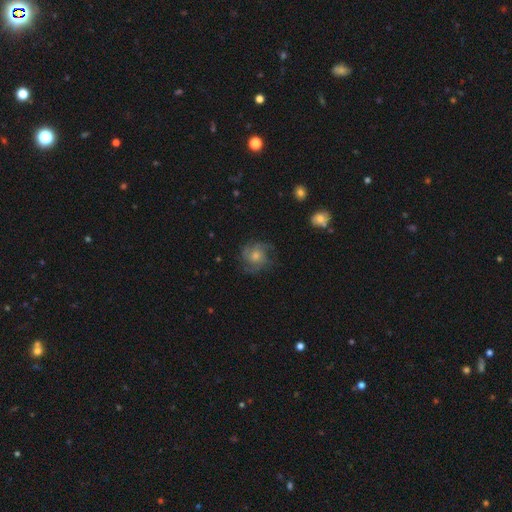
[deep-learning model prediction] A featured or disk galaxy (63%) with no bar (78%), 3 (32%) medium (44%) spiral arms (89%) and a moderate central bulge (52%).

Vote fractions:
- Smooth or featured? featured or disk: 63% / smooth: 27% / star or artifact: 10%
- Edge-on disk? no: 97% / yes: 3%
- Bar? no: 78% / weak: 20% / strong: 3%
- Spiral arms? yes: 89% / no: 11%
- Spiral winding? medium: 44% / tight: 40% / loose: 17%
- Spiral arm count? 3: 32% / can't tell: 28% / 4: 16% / 2: 13% / more than 4: 6% / 1: 5%
- Bulge size? moderate: 52% / small: 35% / large: 8% / none: 4% / dominant: 1%
- Merging? none: 70% / minor disturbance: 18% / major disturbance: 11% / merger: 1%